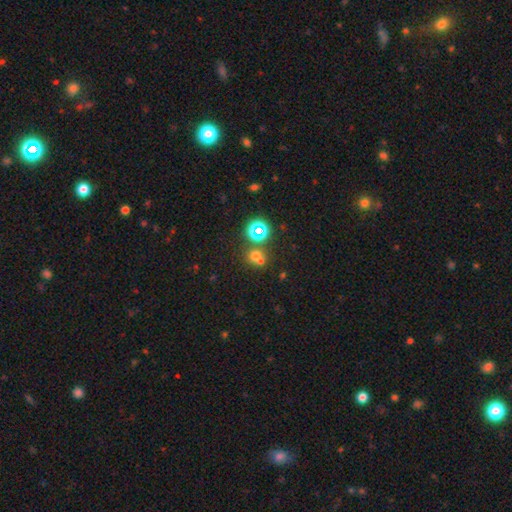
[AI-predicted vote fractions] Q: Smooth or featured?
A: smooth (57%); runner-up: star or artifact (33%)
Q: How rounded?
A: round (86%); runner-up: in between (13%)
Q: Merging?
A: none (56%); runner-up: merger (34%)